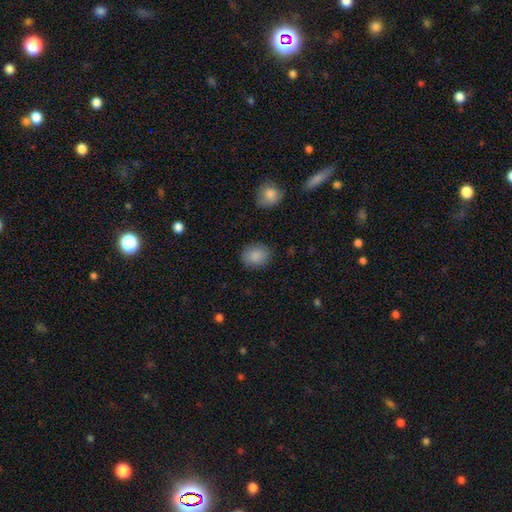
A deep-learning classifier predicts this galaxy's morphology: Q: Smooth or featured?
A: smooth (88%); runner-up: star or artifact (7%)
Q: How rounded?
A: in between (52%); runner-up: round (47%)
Q: Merging?
A: none (85%); runner-up: minor disturbance (11%)